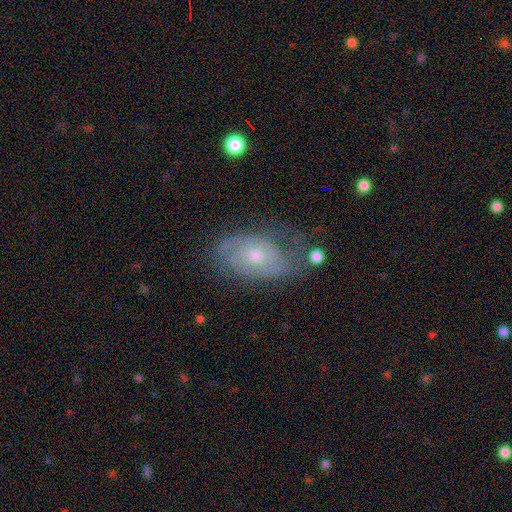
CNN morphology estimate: A featured or disk galaxy (73%) with no bar (77%), tight (57%) spiral arms (86%) and a moderate central bulge (53%). Merging: none (59%).